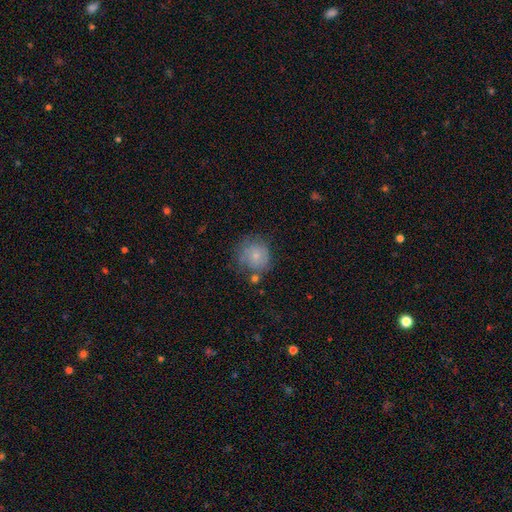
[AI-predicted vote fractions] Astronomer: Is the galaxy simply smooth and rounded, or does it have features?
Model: smooth — 62%.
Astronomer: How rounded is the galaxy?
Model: round — 85%.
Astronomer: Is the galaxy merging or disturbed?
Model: none — 57%.